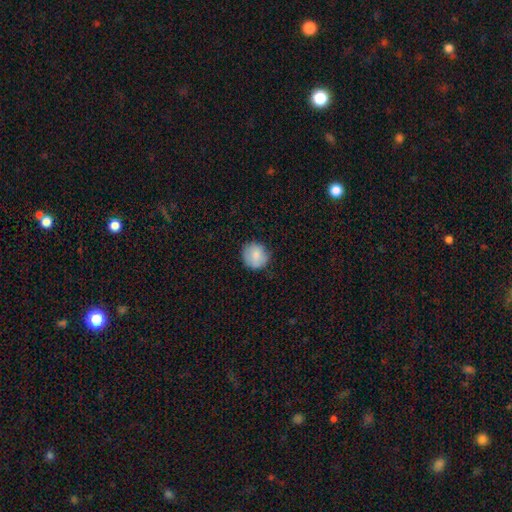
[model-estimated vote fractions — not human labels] smooth_or_featured: smooth (p=0.84) [alt: featured or disk p=0.09]
how_rounded: round (p=0.90) [alt: in between p=0.09]
merging: none (p=0.81) [alt: minor disturbance p=0.15]